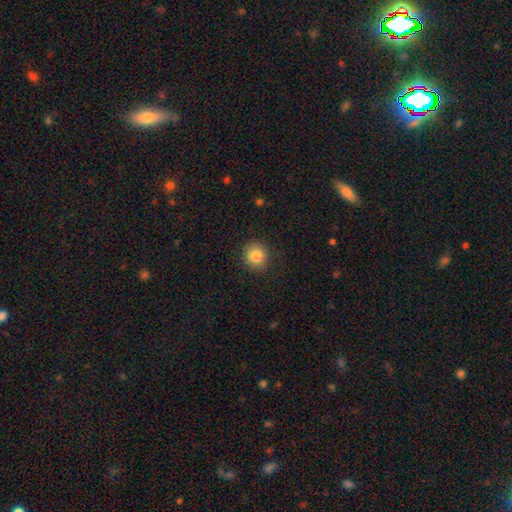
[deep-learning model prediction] A smooth galaxy with no disk features (86%) that is round (87%).

Vote fractions:
- Smooth or featured? smooth: 86% / star or artifact: 10% / featured or disk: 5%
- How rounded? round: 87% / in between: 12% / cigar-shaped: 1%
- Merging? none: 86% / minor disturbance: 10% / major disturbance: 3% / merger: 1%